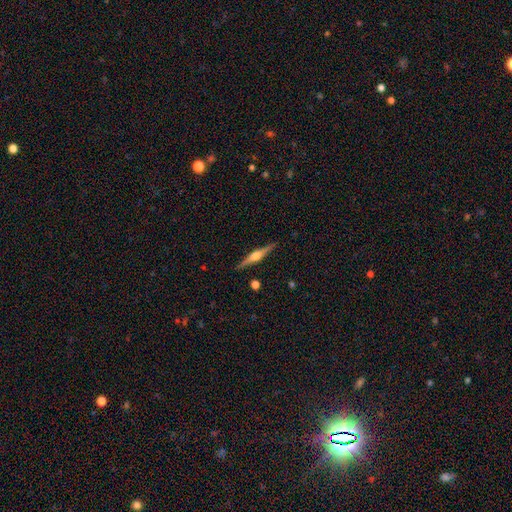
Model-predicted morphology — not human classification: A featured or disk galaxy (80%) viewed edge-on (98%) with a rounded central bulge (90%). Merging: none (91%).